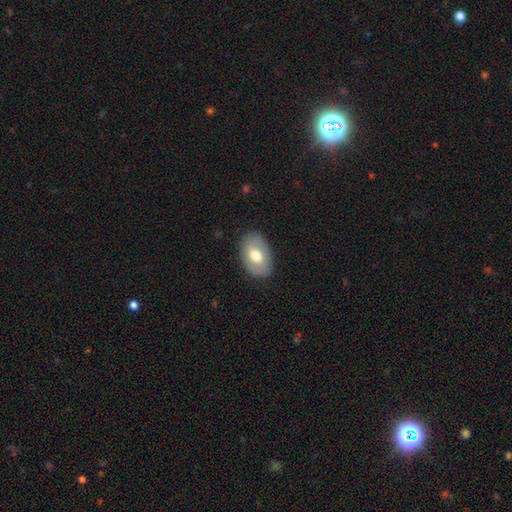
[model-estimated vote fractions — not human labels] Overall: smooth (66%; featured or disk 28%). How rounded: in between (88%). Merging: none (85%).